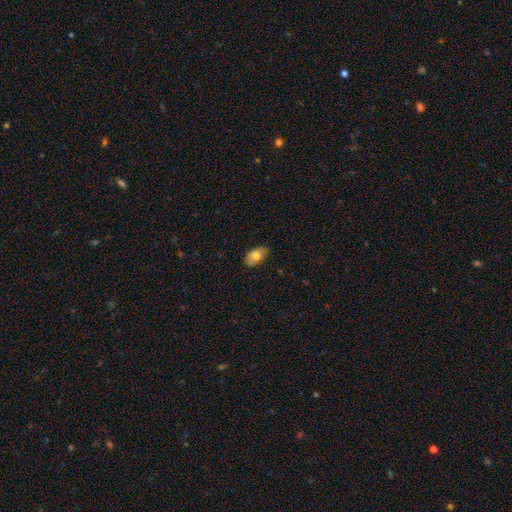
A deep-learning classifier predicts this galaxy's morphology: A smooth galaxy with no disk features (72%) that is in between round and cigar-shaped (92%). Merging: none (77%).